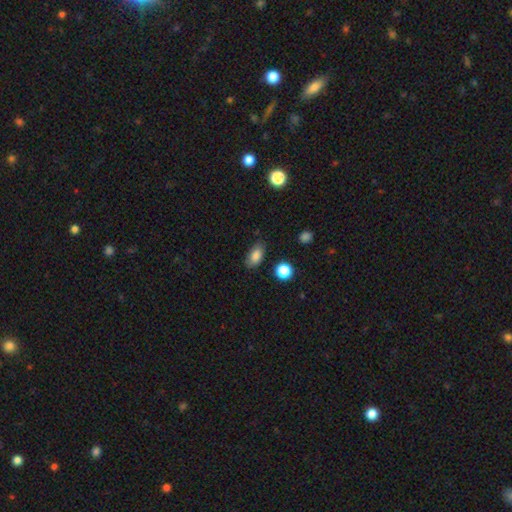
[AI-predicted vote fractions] Q: Smooth or featured?
A: smooth (84%); runner-up: star or artifact (9%)
Q: How rounded?
A: in between (89%); runner-up: round (8%)
Q: Merging?
A: none (78%); runner-up: minor disturbance (17%)